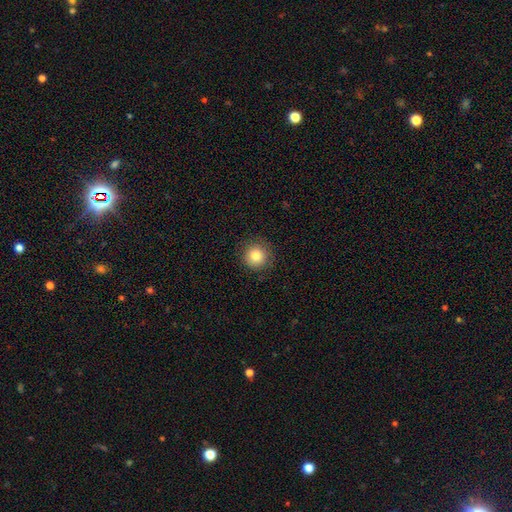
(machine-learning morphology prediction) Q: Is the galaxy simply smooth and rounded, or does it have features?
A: smooth — 83%.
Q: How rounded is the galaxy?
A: round — 95%.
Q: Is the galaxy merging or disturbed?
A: none — 89%.